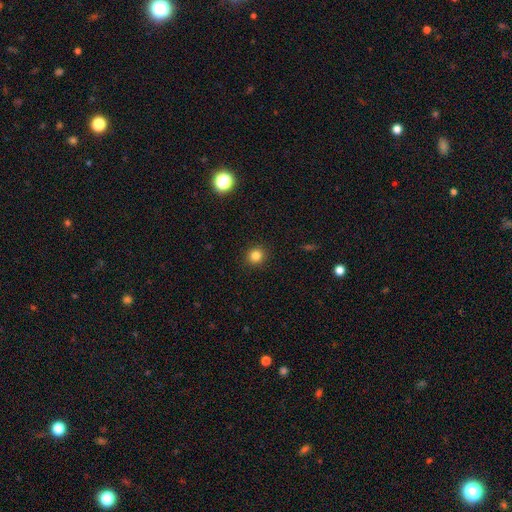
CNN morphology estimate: The model was most divided on "smooth or featured": smooth: 83%, star or artifact: 13%, featured or disk: 5%. More confident: how rounded — round (92%); merging — none (92%).